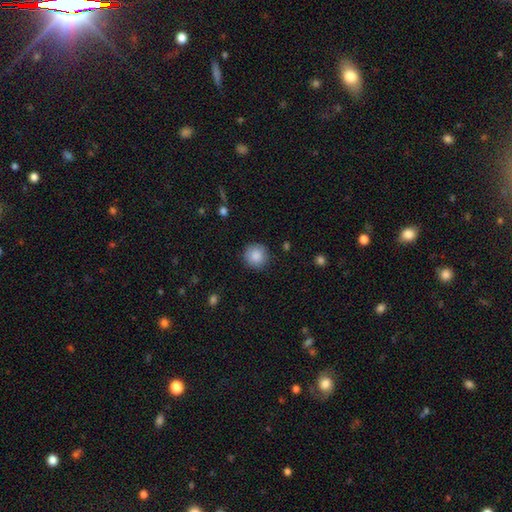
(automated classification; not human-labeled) smooth-or-featured: smooth: 87% | star or artifact: 8% | featured or disk: 5%
  how-rounded: round: 94% | in between: 5% | cigar-shaped: 1%
  merging: none: 88% | minor disturbance: 9% | major disturbance: 2% | merger: 1%